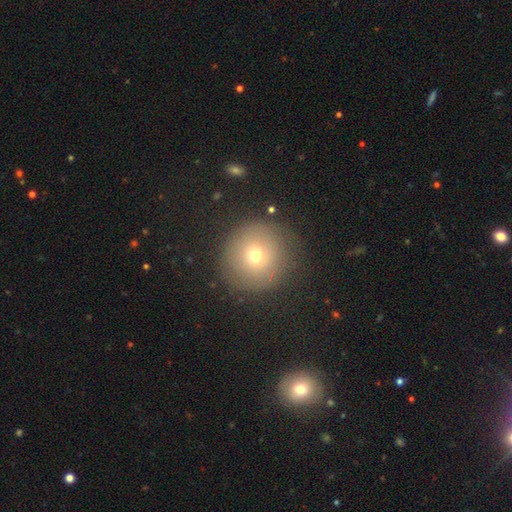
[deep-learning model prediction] smooth-or-featured: smooth: 68% | featured or disk: 16% | star or artifact: 15%
  how-rounded: round: 94% | in between: 5% | cigar-shaped: 1%
  merging: none: 84% | minor disturbance: 10% | major disturbance: 5% | merger: 2%